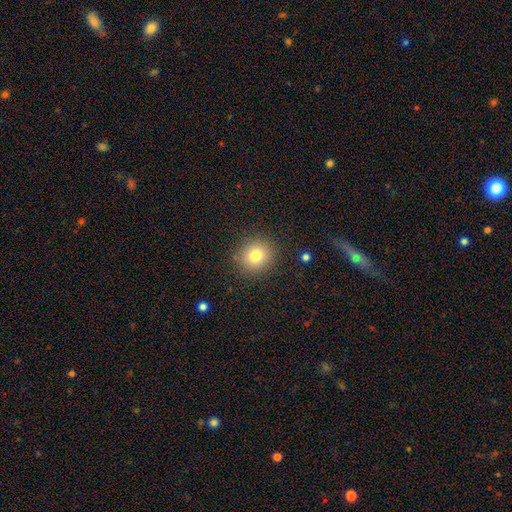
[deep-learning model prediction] Smooth or featured? Predicted: smooth (p=0.79). How rounded? Predicted: round (p=0.85). Merging? Predicted: none (p=0.88).